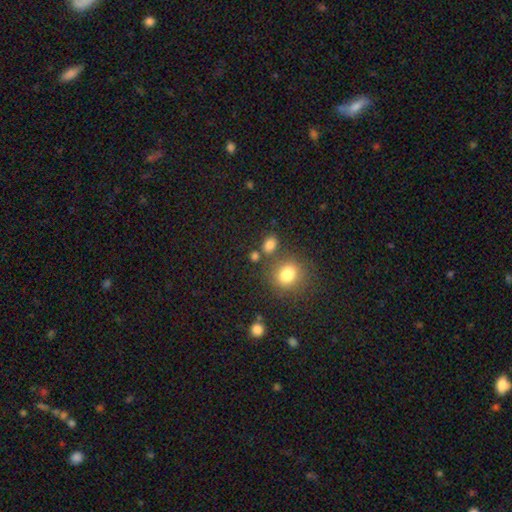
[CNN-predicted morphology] smooth_or_featured: smooth (p=0.74) [alt: star or artifact p=0.18]
how_rounded: round (p=0.58) [alt: in between p=0.40]
merging: none (p=0.70) [alt: merger p=0.15]